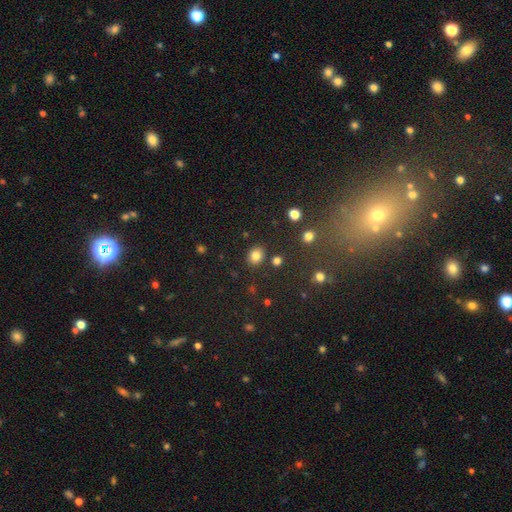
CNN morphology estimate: Smooth or featured?
  - smooth: 82% *
  - star or artifact: 12%
  - featured or disk: 6%
How rounded?
  - round: 63% *
  - in between: 36%
  - cigar-shaped: 1%
Merging?
  - none: 86% *
  - minor disturbance: 8%
  - merger: 3%
  - major disturbance: 3%